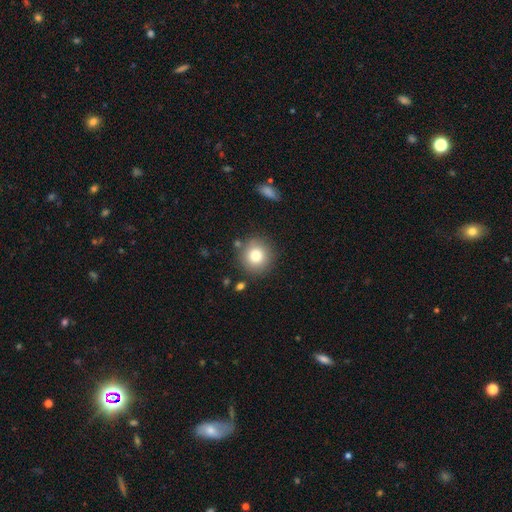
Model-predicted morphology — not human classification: smooth_or_featured: smooth (p=0.81) [alt: featured or disk p=0.10]
how_rounded: round (p=0.92) [alt: in between p=0.07]
merging: none (p=0.83) [alt: minor disturbance p=0.10]